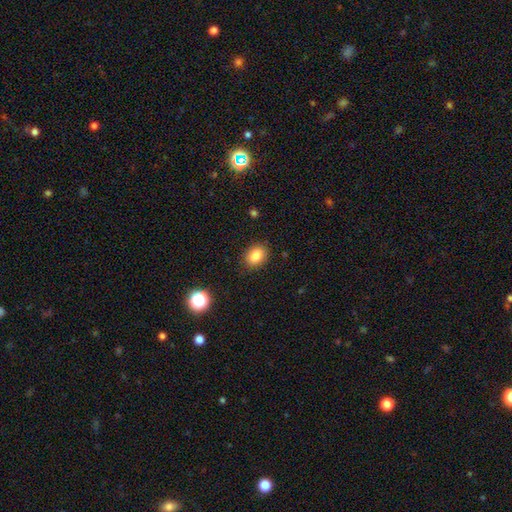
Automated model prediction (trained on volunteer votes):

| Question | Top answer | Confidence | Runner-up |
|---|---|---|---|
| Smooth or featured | smooth | 84% | star or artifact (10%) |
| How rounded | in between | 66% | round (33%) |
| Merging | none | 86% | minor disturbance (10%) |